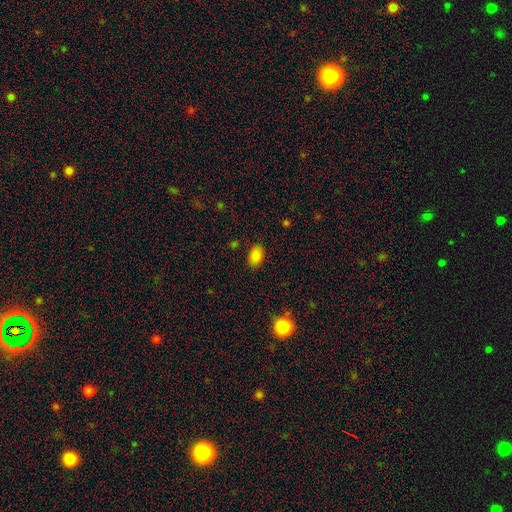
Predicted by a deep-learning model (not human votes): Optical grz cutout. It shows a smooth galaxy with no disk features (85%) that is in between round and cigar-shaped (85%). Merging: none (86%).